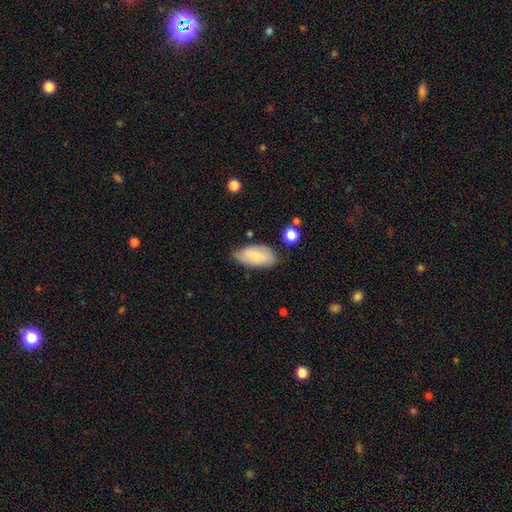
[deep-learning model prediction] This is likely a smooth galaxy (71%). How rounded: clearly in between (93%). Merging: likely none (68%).